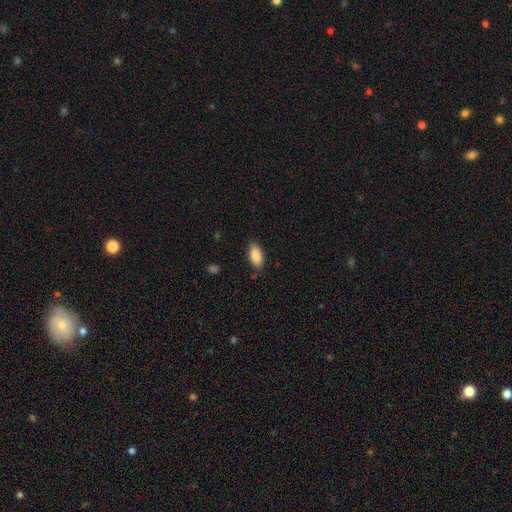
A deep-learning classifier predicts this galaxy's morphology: Overall: smooth (87%). How rounded: in between (91%). Merging: none (84%).